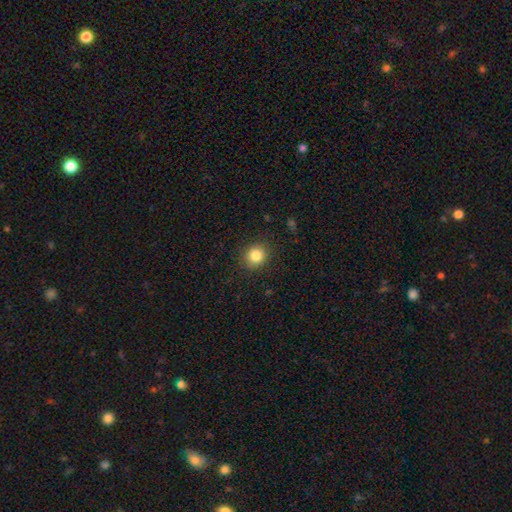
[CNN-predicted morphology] Smooth or featured: smooth — 84% (star or artifact — 11%)
How rounded: round — 86% (in between — 13%)
Merging: none — 89% (minor disturbance — 8%)